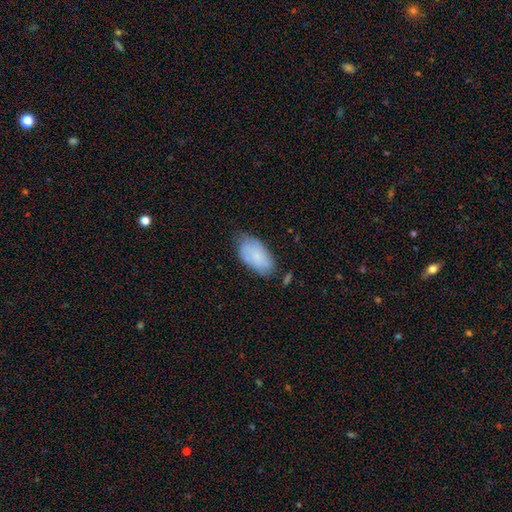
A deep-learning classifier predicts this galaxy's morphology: type=smooth (72%); roundness=in between (94%); merging=none (60%).